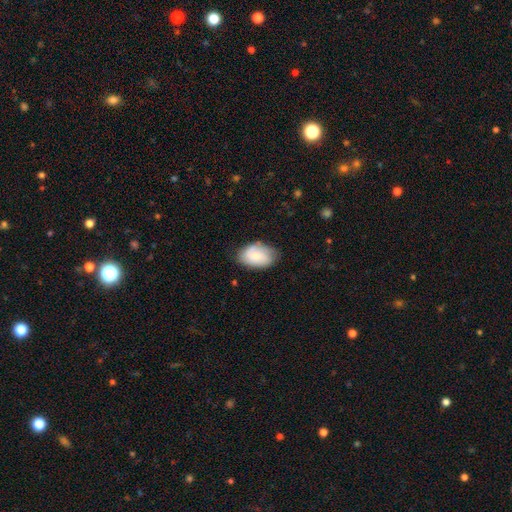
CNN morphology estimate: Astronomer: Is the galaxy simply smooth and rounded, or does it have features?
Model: smooth — 59%.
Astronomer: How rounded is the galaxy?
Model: in between — 86%.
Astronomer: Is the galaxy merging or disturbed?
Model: none — 70%.